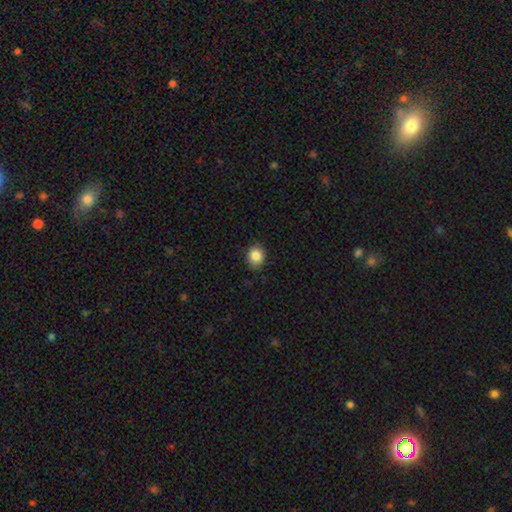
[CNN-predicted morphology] The model was most divided on "how rounded": round: 61%, in between: 38%, cigar-shaped: 1%. More confident: smooth or featured — smooth (86%); merging — none (83%).